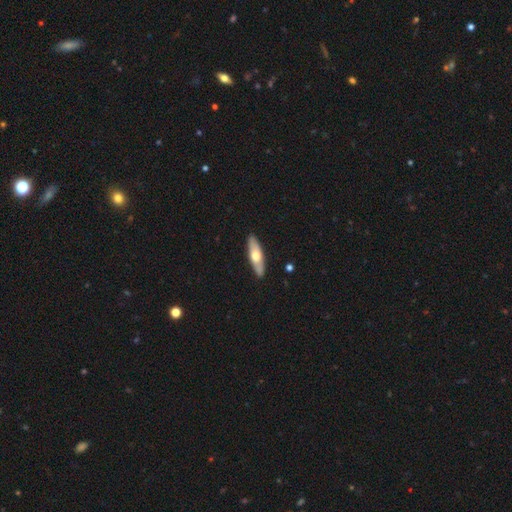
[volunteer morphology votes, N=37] Q: Smooth or featured?
A: smooth (54%); runner-up: featured or disk (41%)
Q: How rounded?
A: cigar-shaped (75%); runner-up: in between (20%)
Q: Merging?
A: none (86%); runner-up: minor disturbance (6%)